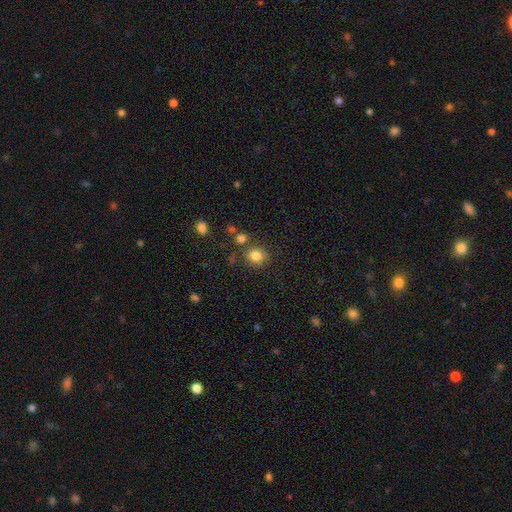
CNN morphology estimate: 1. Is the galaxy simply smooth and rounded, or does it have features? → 83% smooth, 12% star or artifact, 6% featured or disk.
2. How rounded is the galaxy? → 80% round, 19% in between, 1% cigar-shaped.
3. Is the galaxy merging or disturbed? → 77% none, 11% minor disturbance, 9% merger, 4% major disturbance.